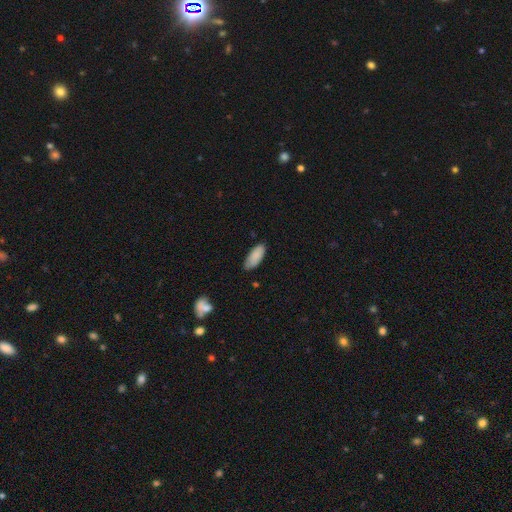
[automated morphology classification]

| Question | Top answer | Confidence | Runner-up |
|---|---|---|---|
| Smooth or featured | smooth | 87% | featured or disk (7%) |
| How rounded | in between | 81% | cigar-shaped (17%) |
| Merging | none | 74% | minor disturbance (21%) |